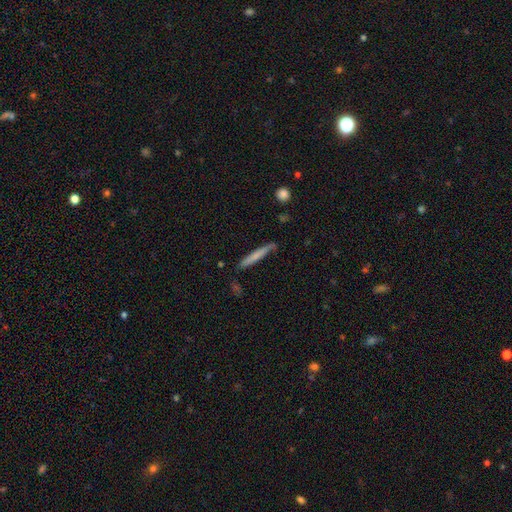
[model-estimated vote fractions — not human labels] Smooth or featured? Predicted: smooth (p=0.66). How rounded? Predicted: cigar-shaped (p=0.96). Merging? Predicted: none (p=0.79).